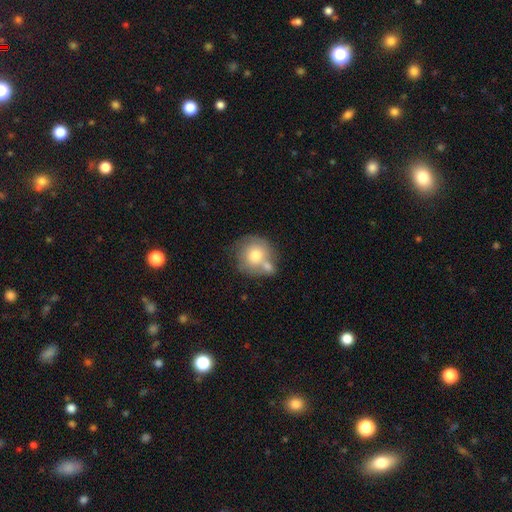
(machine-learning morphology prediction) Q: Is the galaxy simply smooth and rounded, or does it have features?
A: smooth — 69%.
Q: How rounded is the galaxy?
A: round — 87%.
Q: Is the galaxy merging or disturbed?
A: none — 40%, tied with merger.